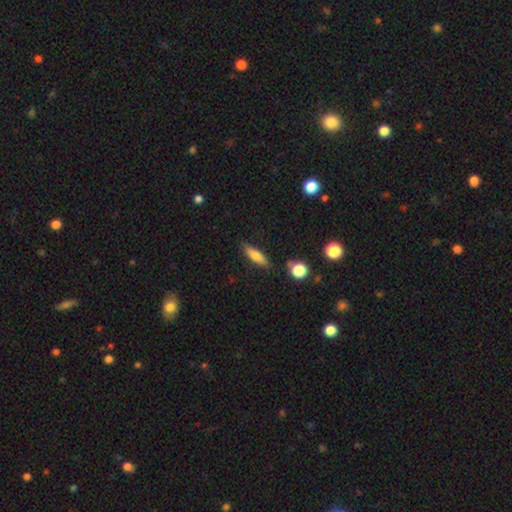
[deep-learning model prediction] This appears to be a smooth galaxy with no disk features (64%) that is cigar-shaped (64%). Merging: none (81%).